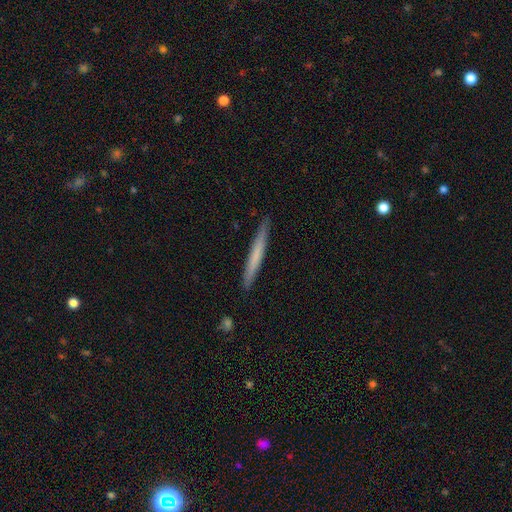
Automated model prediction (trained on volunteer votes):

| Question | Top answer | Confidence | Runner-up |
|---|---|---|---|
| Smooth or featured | smooth | 62% | featured or disk (33%) |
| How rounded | cigar-shaped | 97% | in between (2%) |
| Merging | none | 90% | minor disturbance (8%) |